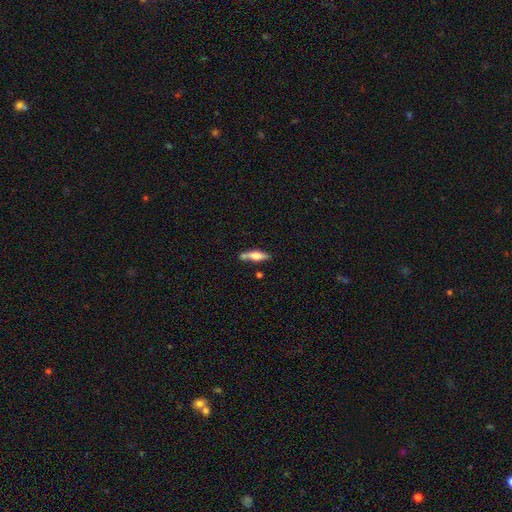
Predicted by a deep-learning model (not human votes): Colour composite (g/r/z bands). It shows a smooth galaxy with no disk features (55%) that is cigar-shaped (63%). Merging: none (60%).